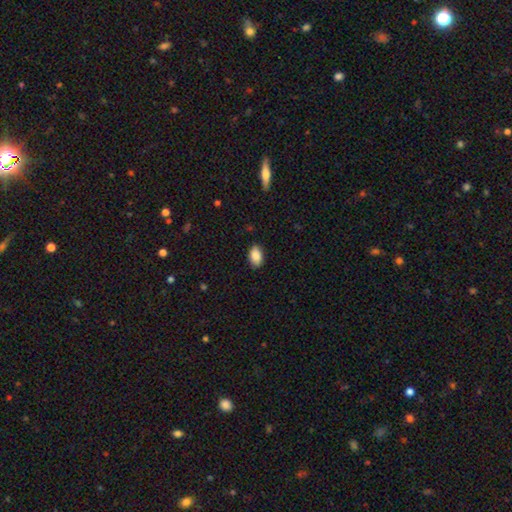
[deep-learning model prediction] A smooth galaxy with no disk features (87%) that is in between round and cigar-shaped (91%). Merging: none (86%).